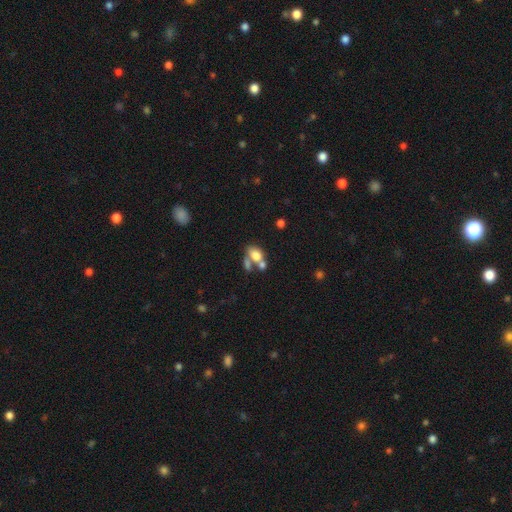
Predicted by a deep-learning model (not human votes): Smooth or featured?
  - smooth: 73% *
  - featured or disk: 16%
  - star or artifact: 11%
How rounded?
  - in between: 76% *
  - round: 22%
  - cigar-shaped: 2%
Merging?
  - merger: 49% *
  - none: 31%
  - minor disturbance: 11%
  - major disturbance: 9%